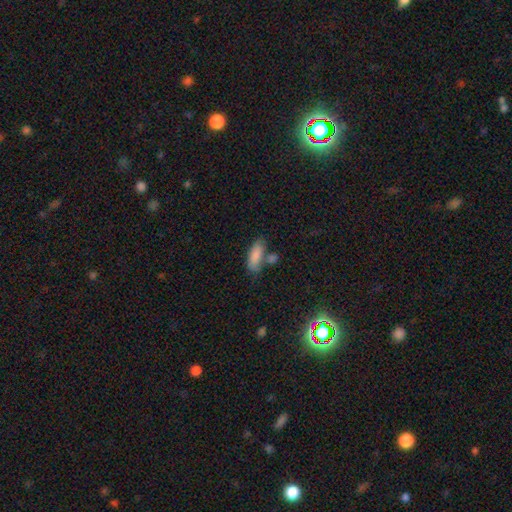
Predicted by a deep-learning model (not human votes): Smooth or featured? Predicted: smooth (p=0.85). How rounded? Predicted: in between (p=0.71). Merging? Predicted: none (p=0.58).